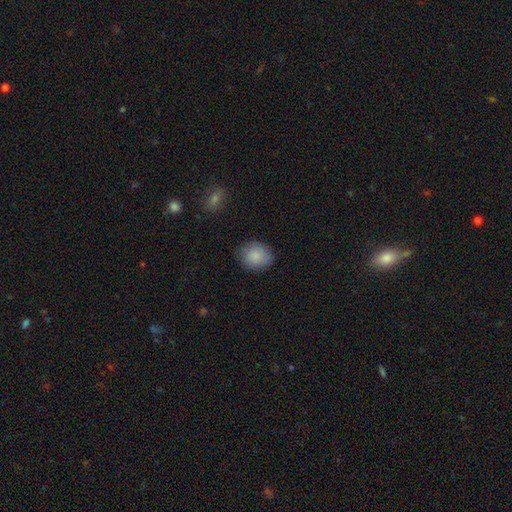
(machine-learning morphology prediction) Smooth or featured: smooth — 87% (star or artifact — 7%)
How rounded: round — 70% (in between — 29%)
Merging: none — 81% (minor disturbance — 14%)